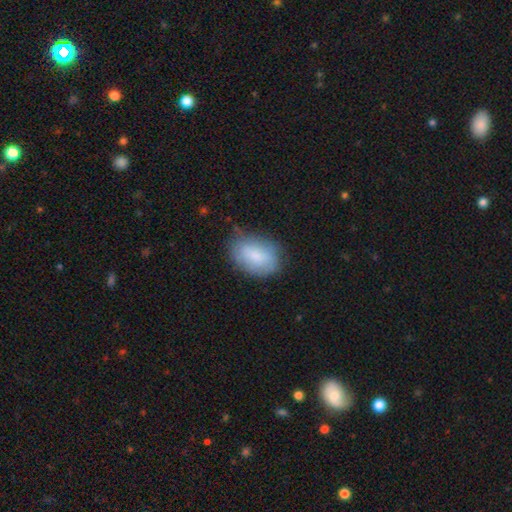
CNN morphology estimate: type=smooth (77%); roundness=in between (85%); merging=none (68%).